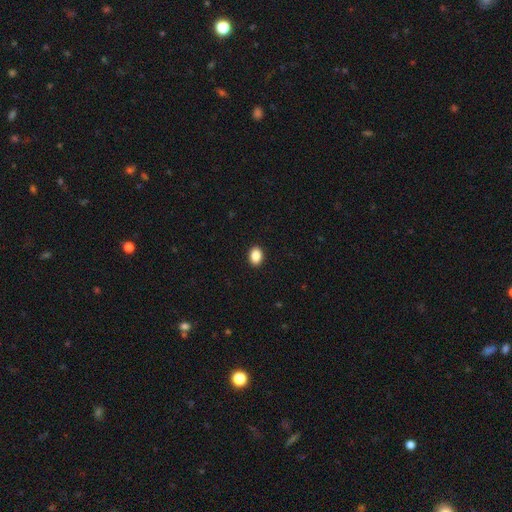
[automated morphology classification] type=smooth (88%); roundness=in between (69%); merging=none (92%).